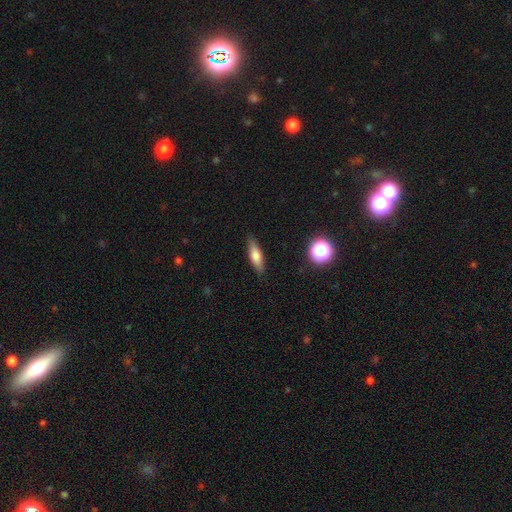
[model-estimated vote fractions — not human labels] A smooth galaxy with no disk features (68%) that is cigar-shaped (56%). Merging: none (87%).